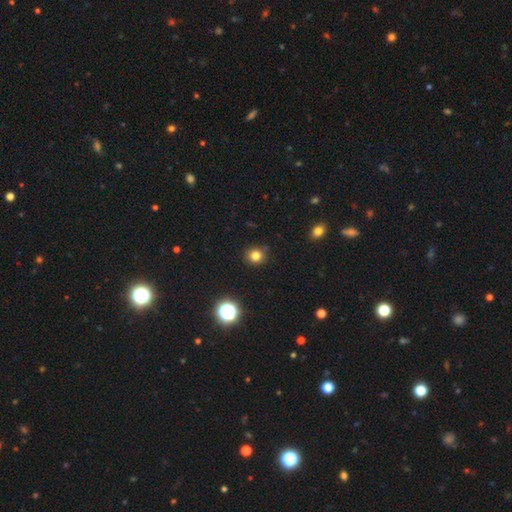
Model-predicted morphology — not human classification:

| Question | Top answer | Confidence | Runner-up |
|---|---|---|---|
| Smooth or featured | smooth | 79% | star or artifact (15%) |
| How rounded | round | 87% | in between (12%) |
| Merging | none | 87% | minor disturbance (9%) |